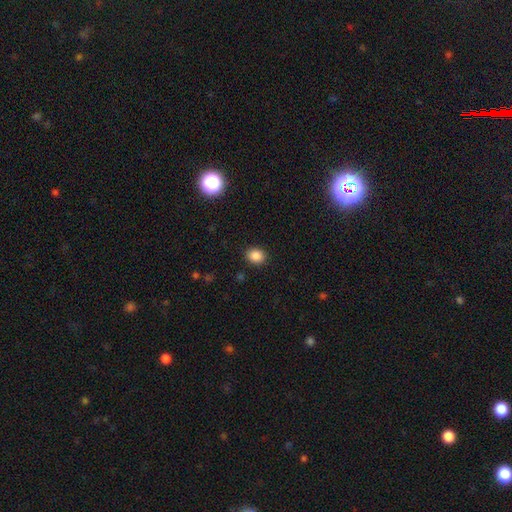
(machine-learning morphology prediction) Overall: smooth (86%). How rounded: round (58%; in between 41%). Merging: none (90%).